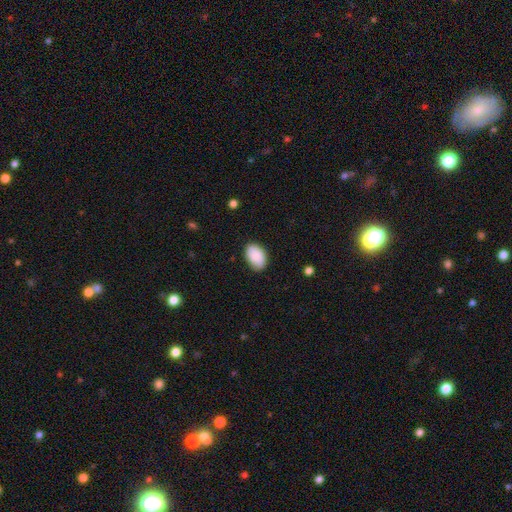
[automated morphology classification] A smooth galaxy with no disk features (88%) that is in between round and cigar-shaped (90%). Merging: none (80%).